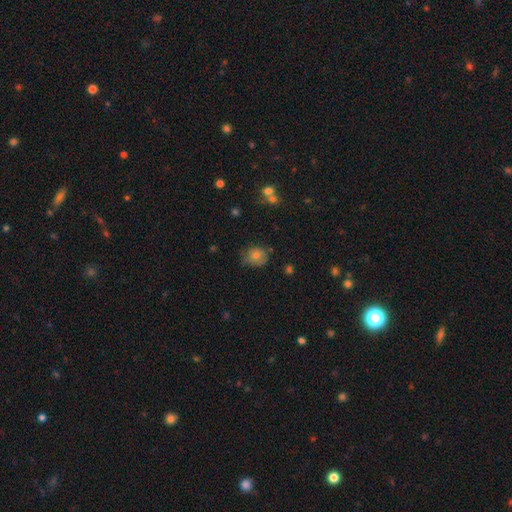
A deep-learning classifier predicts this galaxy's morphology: Smooth or featured? smooth (73%)
How rounded? round (71%)
Merging? none (65%)